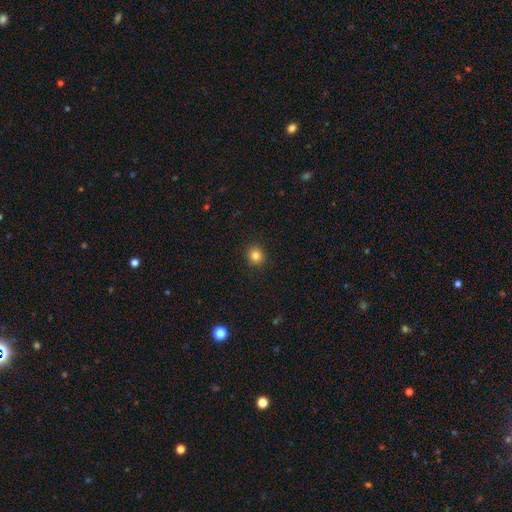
smooth 82%, star or artifact 10%, featured or disk 8%. Down the decision tree: how rounded — round (100%); merging — none (97%).